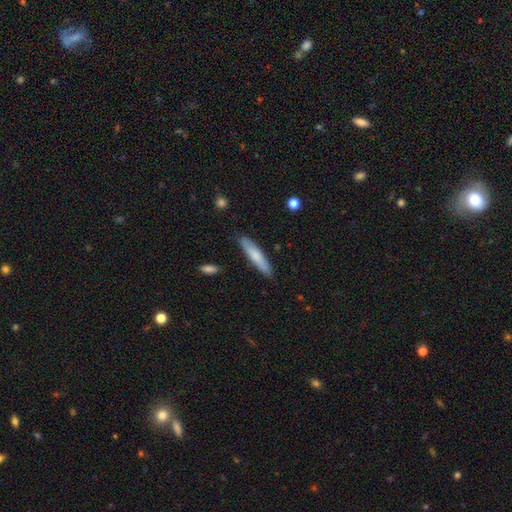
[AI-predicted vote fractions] This is likely a smooth galaxy (72%). How rounded: clearly cigar-shaped (85%). Merging: clearly none (87%).